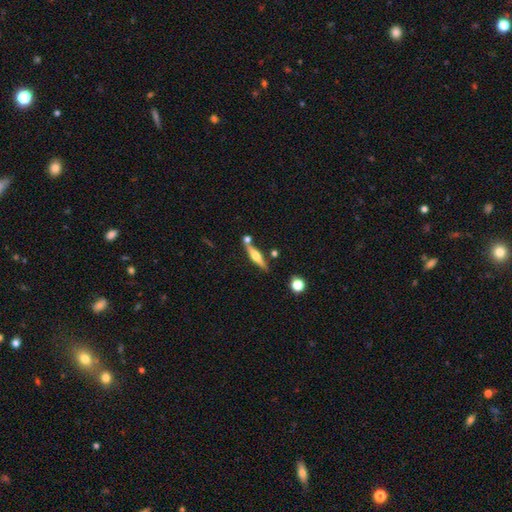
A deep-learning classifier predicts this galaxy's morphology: Overall: featured or disk (66%; smooth 27%). Edge-on disk: yes (96%). Edge-on bulge: rounded (91%). Merging: none (75%).